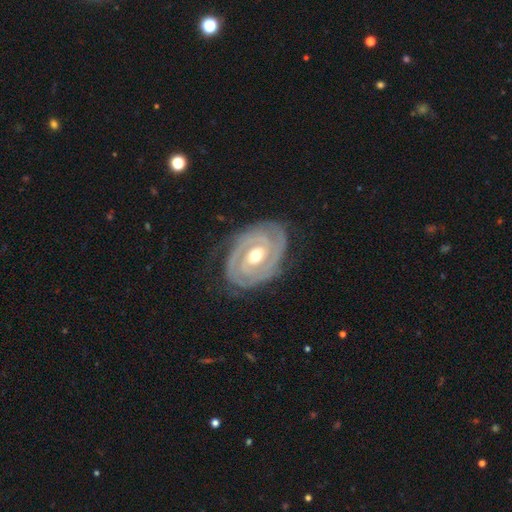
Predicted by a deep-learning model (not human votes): This is clearly a featured or disk galaxy (91%). It is clearly not viewed edge-on (97%). Bar: marginally no (42%). Spiral arm pattern: clearly yes (96%). Spiral arm count: likely 2 (63%). Spiral winding: clearly tight (81%). Central bulge: likely moderate (72%). Merging: likely none (80%).